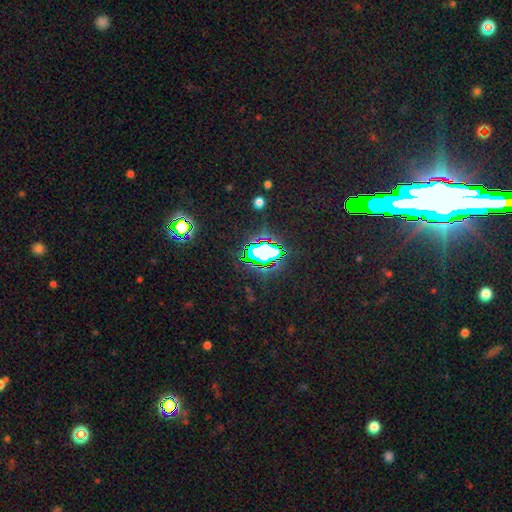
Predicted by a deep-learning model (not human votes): smooth_or_featured: star or artifact (p=0.77) [alt: smooth p=0.14]